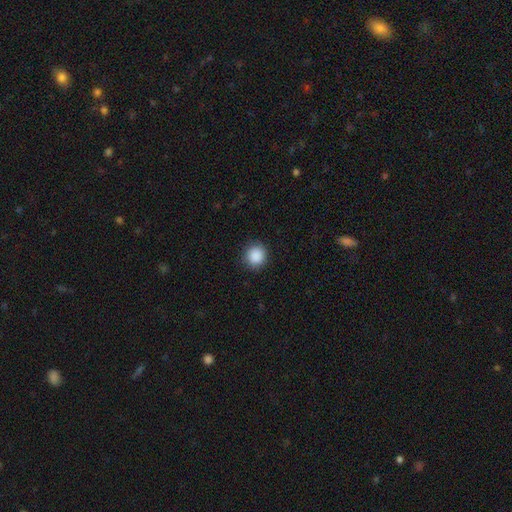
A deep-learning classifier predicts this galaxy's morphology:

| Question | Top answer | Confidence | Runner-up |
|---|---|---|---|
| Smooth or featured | smooth | 89% | star or artifact (8%) |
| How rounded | round | 91% | in between (8%) |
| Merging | none | 89% | minor disturbance (7%) |